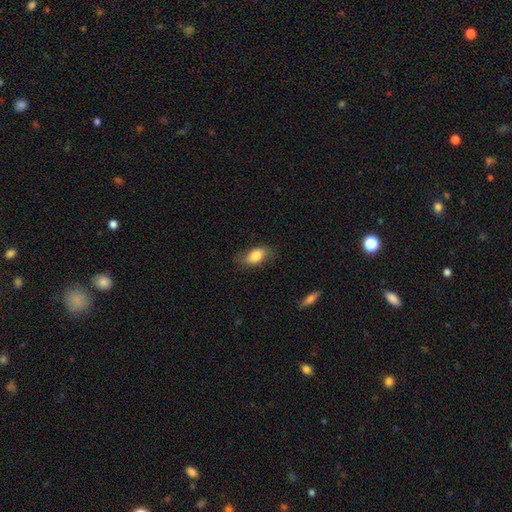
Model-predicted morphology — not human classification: Overall: smooth (79%). How rounded: in between (88%). Merging: none (76%).